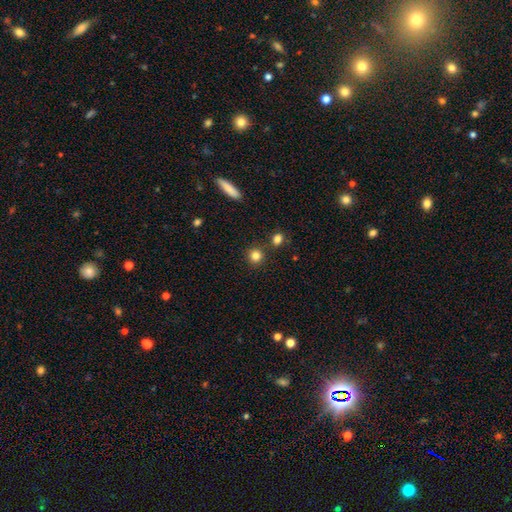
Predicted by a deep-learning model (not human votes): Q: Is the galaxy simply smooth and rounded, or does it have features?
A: smooth — 83%.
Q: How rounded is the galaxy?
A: round — 92%.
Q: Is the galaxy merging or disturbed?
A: none — 83%.